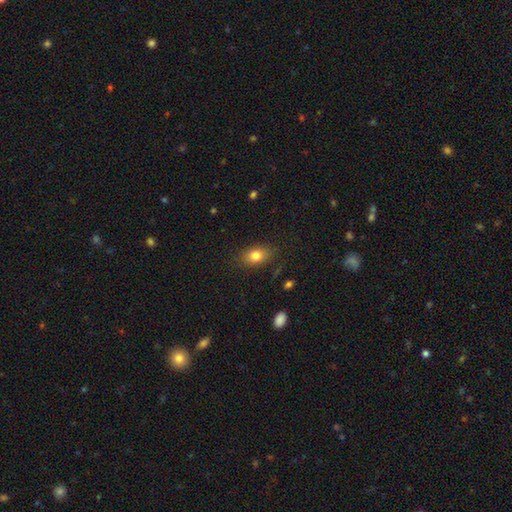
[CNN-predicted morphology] Q: Smooth or featured?
A: smooth (81%); runner-up: star or artifact (10%)
Q: How rounded?
A: in between (77%); runner-up: round (21%)
Q: Merging?
A: none (84%); runner-up: minor disturbance (12%)